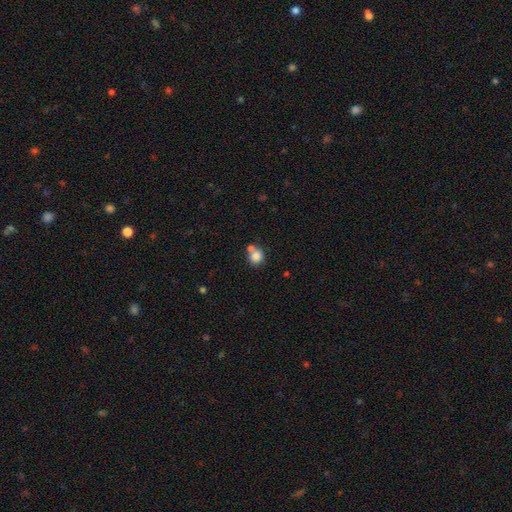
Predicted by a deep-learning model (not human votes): Smooth or featured: smooth — 82% (star or artifact — 10%)
How rounded: round — 85% (in between — 14%)
Merging: none — 53% (merger — 34%)